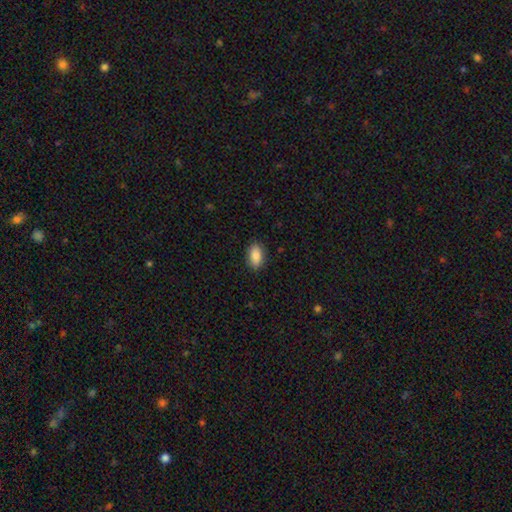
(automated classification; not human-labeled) smooth_or_featured: smooth (p=0.86) [alt: star or artifact p=0.07]
how_rounded: in between (p=0.92) [alt: round p=0.05]
merging: none (p=0.88) [alt: minor disturbance p=0.09]